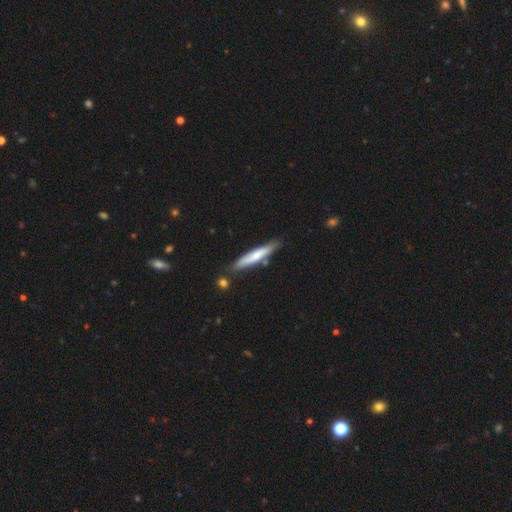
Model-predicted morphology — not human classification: smooth-or-featured: smooth: 59% | featured or disk: 36% | star or artifact: 5%
  how-rounded: cigar-shaped: 91% | in between: 8% | round: 1%
  merging: none: 77% | minor disturbance: 14% | merger: 7% | major disturbance: 3%